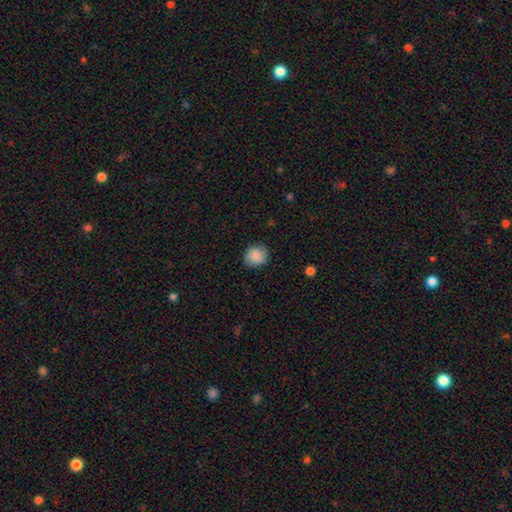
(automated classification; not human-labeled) Smooth or featured?
  - smooth: 87% *
  - star or artifact: 8%
  - featured or disk: 5%
How rounded?
  - round: 80% *
  - in between: 19%
  - cigar-shaped: 1%
Merging?
  - none: 86% *
  - minor disturbance: 10%
  - major disturbance: 3%
  - merger: 1%